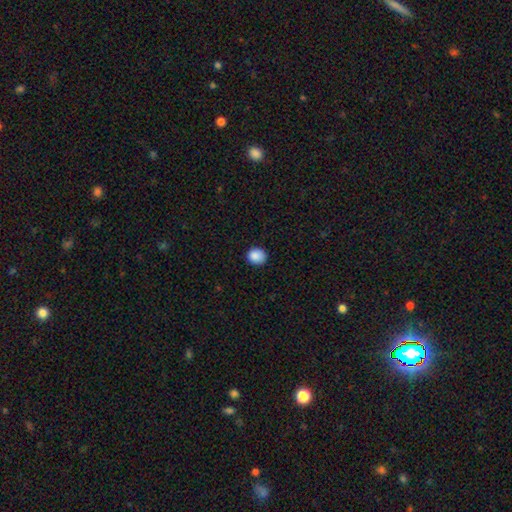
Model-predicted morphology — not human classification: Smooth or featured?
  - smooth: 88% *
  - star or artifact: 9%
  - featured or disk: 3%
How rounded?
  - round: 79% *
  - in between: 20%
  - cigar-shaped: 1%
Merging?
  - none: 87% *
  - minor disturbance: 9%
  - major disturbance: 2%
  - merger: 1%